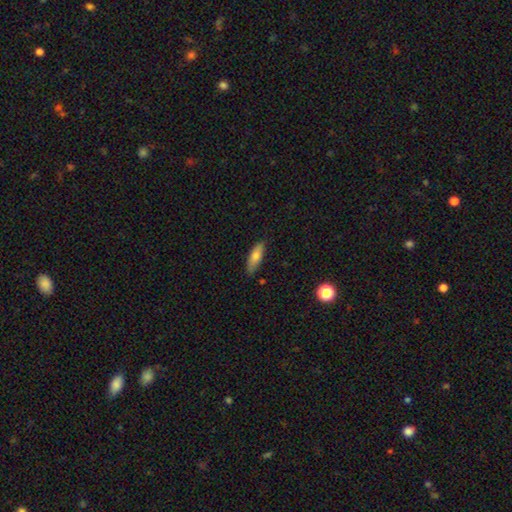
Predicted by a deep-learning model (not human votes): The model was most divided on "how rounded": in between: 55%, cigar-shaped: 42%, round: 2%. More confident: merging — none (81%); smooth or featured — smooth (76%).